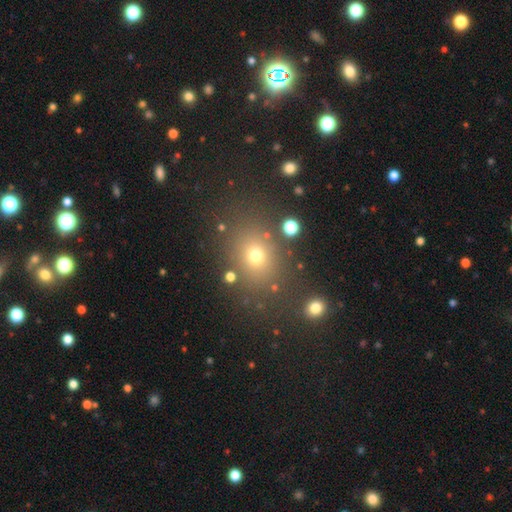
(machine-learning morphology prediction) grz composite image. It shows a smooth galaxy with no disk features (68%) that is round (52%). Merging: none (80%).